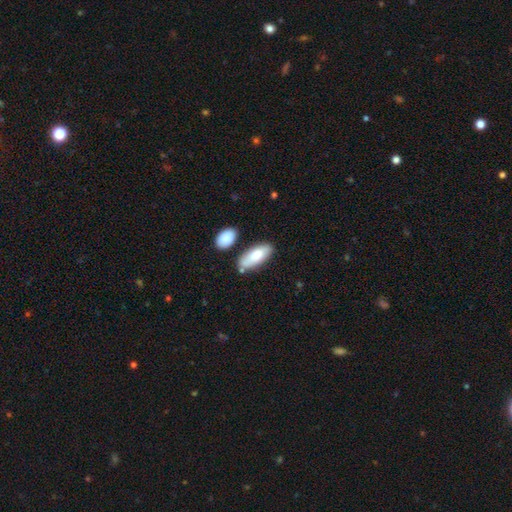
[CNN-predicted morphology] smooth_or_featured: smooth (p=0.79) [alt: featured or disk p=0.15]
how_rounded: in between (p=0.83) [alt: cigar-shaped p=0.15]
merging: none (p=0.68) [alt: minor disturbance p=0.17]